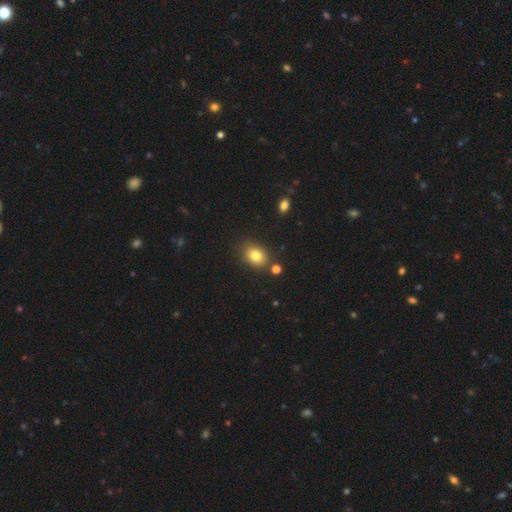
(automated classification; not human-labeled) Morphology: type=smooth (81%); roundness=in between (59%); merging=none (78%).